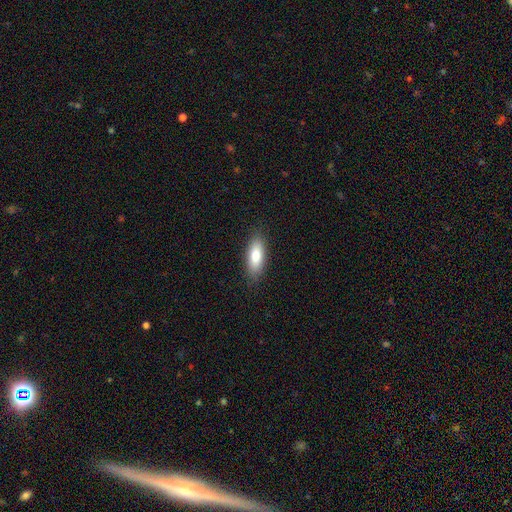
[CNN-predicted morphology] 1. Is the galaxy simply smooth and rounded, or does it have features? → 78% smooth, 15% featured or disk, 7% star or artifact.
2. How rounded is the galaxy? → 73% in between, 24% cigar-shaped, 3% round.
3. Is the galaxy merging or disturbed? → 87% none, 10% minor disturbance, 2% major disturbance, 1% merger.